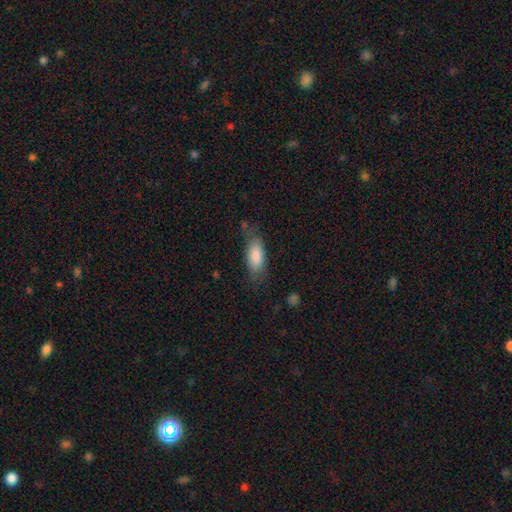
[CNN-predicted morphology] A smooth galaxy with no disk features (82%) that is in between round and cigar-shaped (77%). Merging: none (64%).